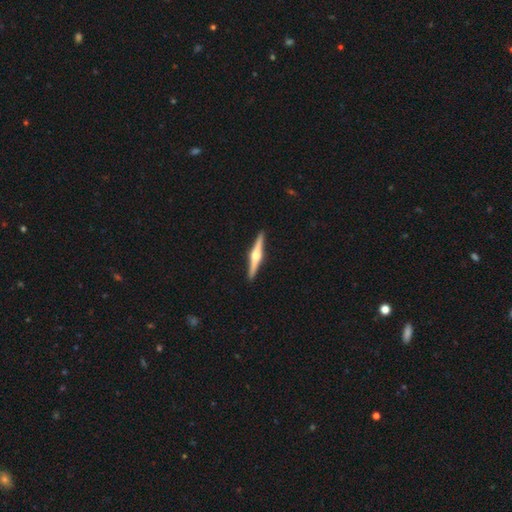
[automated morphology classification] Smooth or featured?
  - featured or disk: 80% *
  - smooth: 15%
  - star or artifact: 4%
Edge-on disk?
  - yes: 98% *
  - no: 2%
Edge-on bulge?
  - rounded: 95% *
  - boxy: 3%
  - none: 2%
Merging?
  - none: 92% *
  - minor disturbance: 5%
  - major disturbance: 1%
  - merger: 1%